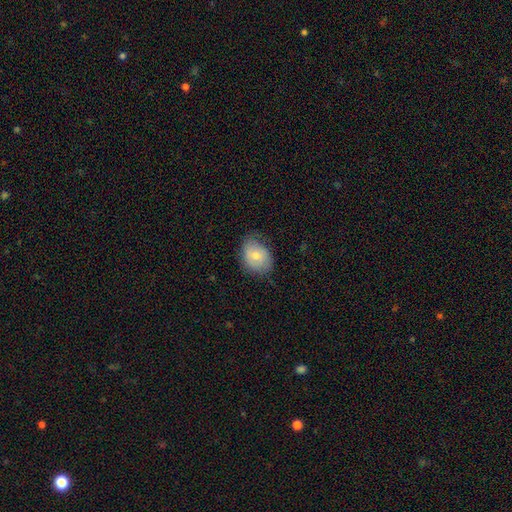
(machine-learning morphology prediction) Smooth or featured? Predicted: smooth (p=0.70). How rounded? Predicted: in between (p=0.65). Merging? Predicted: none (p=0.61).